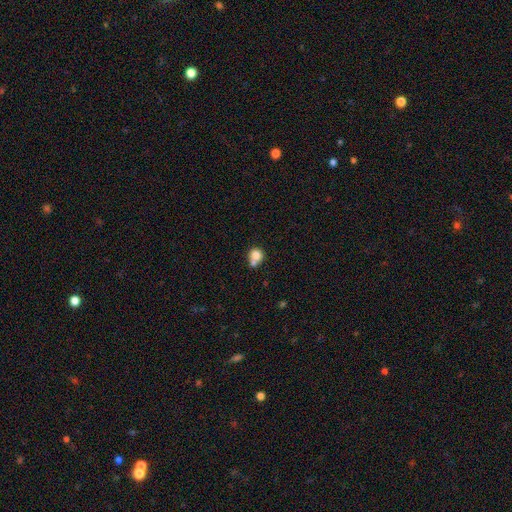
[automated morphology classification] smooth_or_featured: smooth (p=0.80) [alt: star or artifact p=0.10]
how_rounded: round (p=0.83) [alt: in between p=0.16]
merging: none (p=0.44) [alt: merger p=0.42]